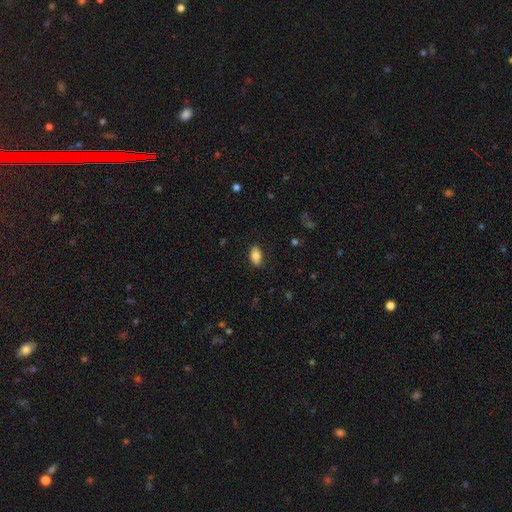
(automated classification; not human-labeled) A smooth galaxy with no disk features (83%) that is in between round and cigar-shaped (91%). Merging: none (86%).